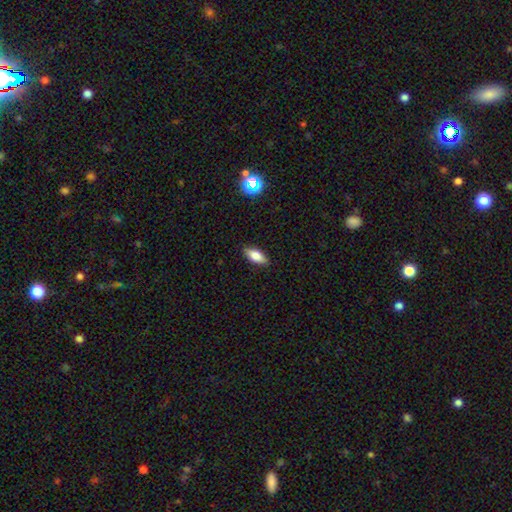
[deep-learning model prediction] Smooth or featured? Predicted: smooth (p=0.78). How rounded? Predicted: in between (p=0.81). Merging? Predicted: none (p=0.89).